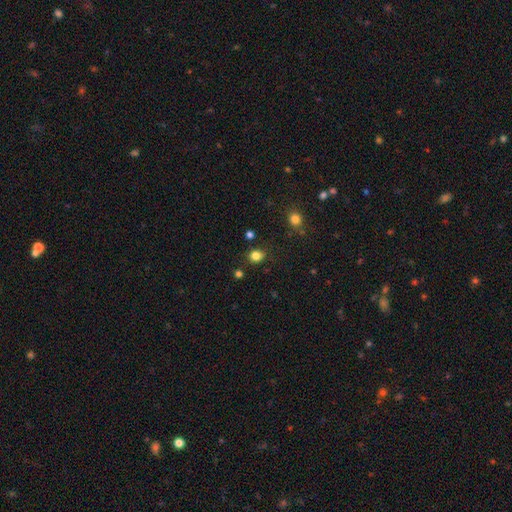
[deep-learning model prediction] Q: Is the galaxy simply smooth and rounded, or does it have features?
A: smooth — 81%.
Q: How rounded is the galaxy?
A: round — 77%.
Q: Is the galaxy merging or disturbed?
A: none — 83%.